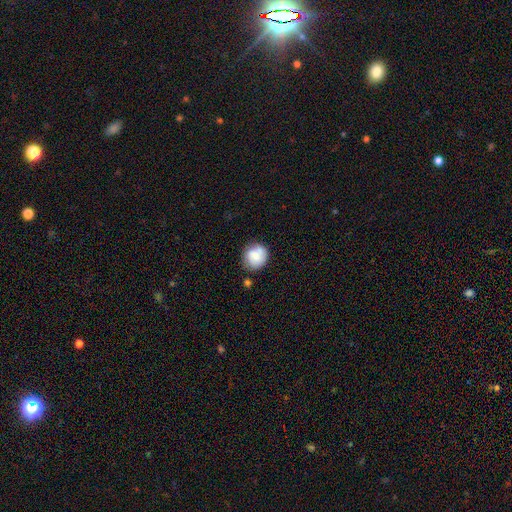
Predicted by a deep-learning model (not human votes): Smooth or featured?
  - smooth: 75% *
  - featured or disk: 17%
  - star or artifact: 8%
How rounded?
  - round: 84% *
  - in between: 15%
  - cigar-shaped: 1%
Merging?
  - none: 65% *
  - minor disturbance: 19%
  - merger: 11%
  - major disturbance: 5%